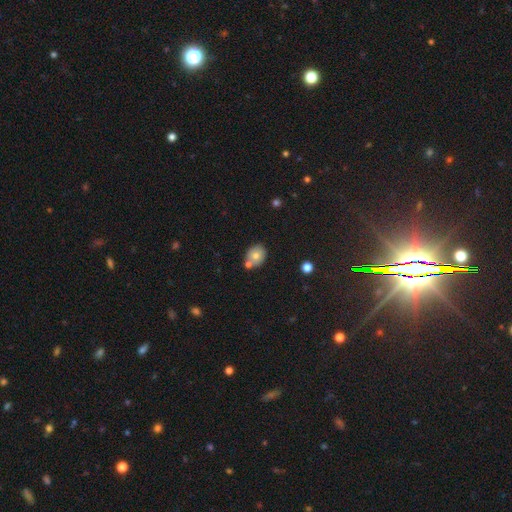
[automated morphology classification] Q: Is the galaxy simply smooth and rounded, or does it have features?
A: smooth — 72%.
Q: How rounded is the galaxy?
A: round — 57%.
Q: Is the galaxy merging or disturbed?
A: none — 61%.